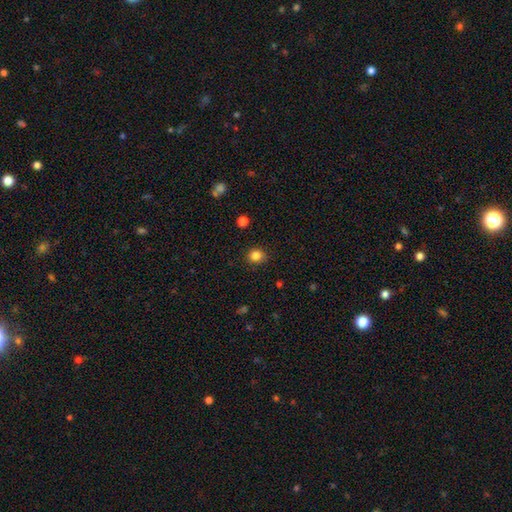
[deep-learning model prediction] smooth-or-featured: smooth: 84% | star or artifact: 12% | featured or disk: 4%
  how-rounded: round: 83% | in between: 16% | cigar-shaped: 1%
  merging: none: 89% | minor disturbance: 8% | major disturbance: 2% | merger: 1%